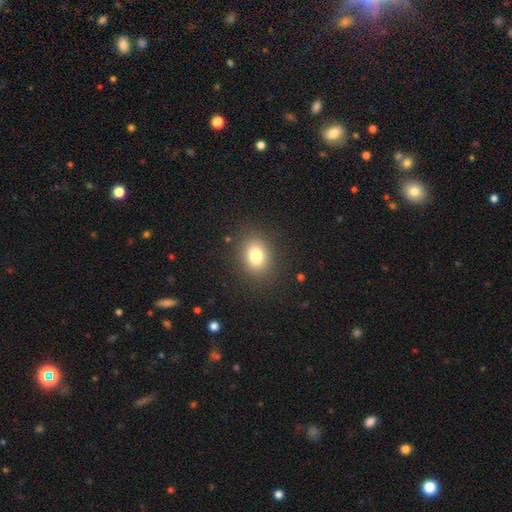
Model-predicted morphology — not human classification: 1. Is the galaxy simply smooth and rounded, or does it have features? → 79% smooth, 12% star or artifact, 9% featured or disk.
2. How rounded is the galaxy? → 50% round, 49% in between, 1% cigar-shaped.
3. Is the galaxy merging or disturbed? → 87% none, 8% minor disturbance, 4% major disturbance, 1% merger.